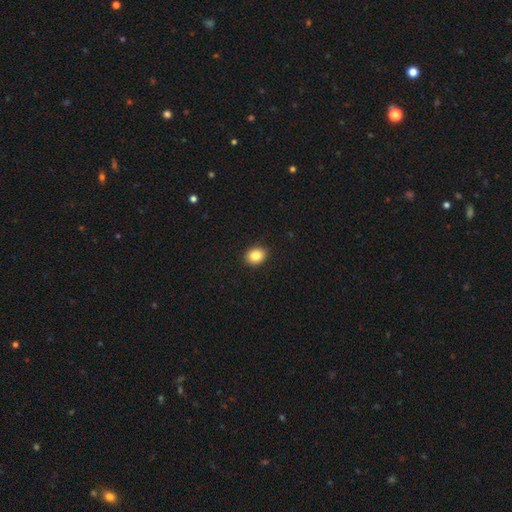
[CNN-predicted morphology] smooth 85%, star or artifact 9%, featured or disk 6%. Down the decision tree: how rounded — round (57%); merging — none (91%).